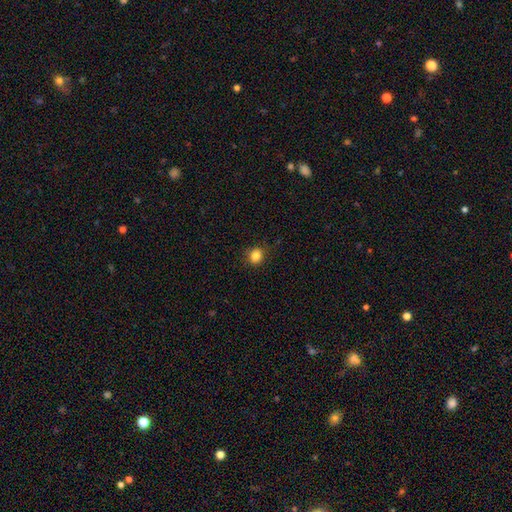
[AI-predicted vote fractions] Smooth or featured: smooth — 84% (star or artifact — 11%)
How rounded: round — 81% (in between — 18%)
Merging: none — 87% (minor disturbance — 10%)